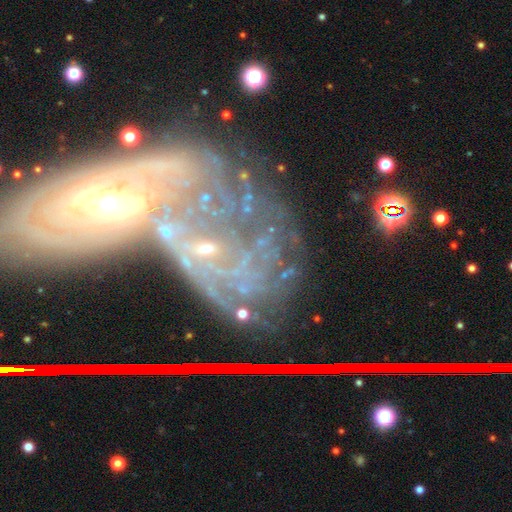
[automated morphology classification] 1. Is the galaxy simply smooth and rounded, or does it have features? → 70% featured or disk, 18% star or artifact, 12% smooth.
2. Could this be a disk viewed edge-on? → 91% no, 9% yes.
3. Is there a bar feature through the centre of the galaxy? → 65% no, 24% weak, 12% strong.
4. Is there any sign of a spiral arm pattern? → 82% yes, 18% no.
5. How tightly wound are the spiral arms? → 64% tight, 25% medium, 11% loose.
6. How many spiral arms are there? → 44% can't tell, 16% 2, 14% 3, 10% more than 4, 9% 4, 8% 1.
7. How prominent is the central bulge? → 52% small, 37% moderate, 5% none, 4% large, 2% dominant.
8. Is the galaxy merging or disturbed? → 51% none, 20% merger, 15% minor disturbance, 14% major disturbance.